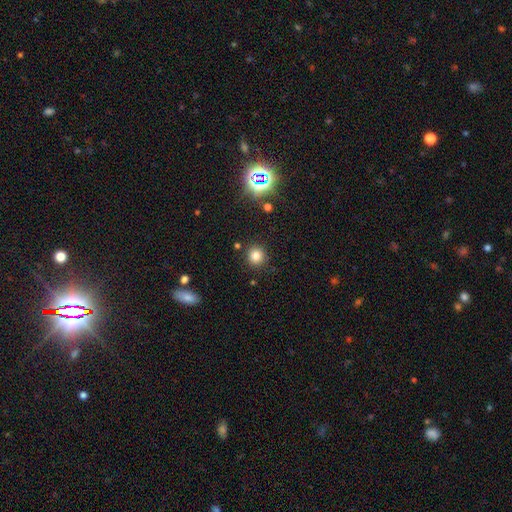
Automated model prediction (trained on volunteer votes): smooth_or_featured: smooth (p=0.75) [alt: star or artifact p=0.18]
how_rounded: round (p=0.92) [alt: in between p=0.07]
merging: none (p=0.87) [alt: minor disturbance p=0.07]